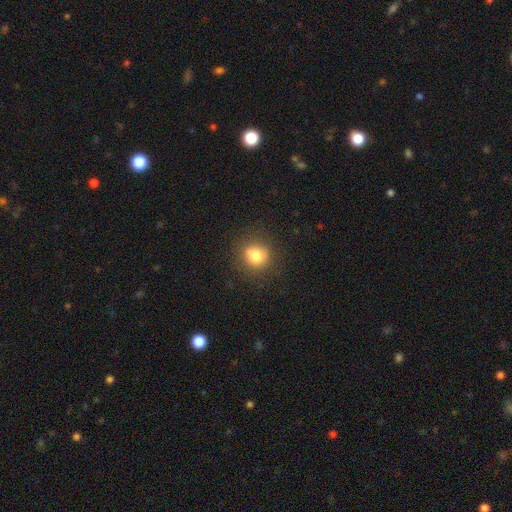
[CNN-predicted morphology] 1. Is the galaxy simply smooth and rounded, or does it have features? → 79% smooth, 13% star or artifact, 8% featured or disk.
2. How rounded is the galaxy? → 89% round, 10% in between, 1% cigar-shaped.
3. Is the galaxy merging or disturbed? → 84% none, 11% minor disturbance, 4% major disturbance, 2% merger.